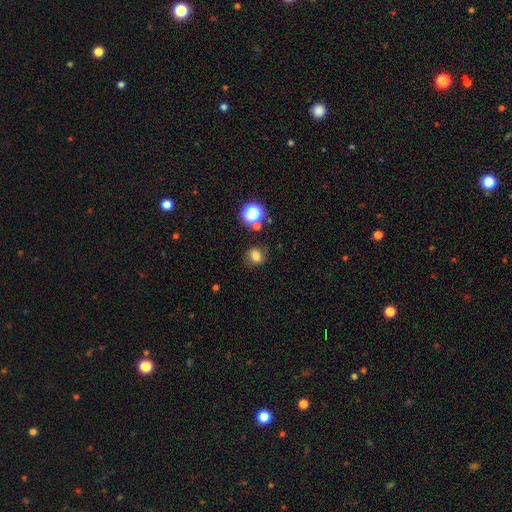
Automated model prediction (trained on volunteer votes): This appears to be a smooth galaxy with no disk features (71%) that is round (67%). Merging: none (73%).